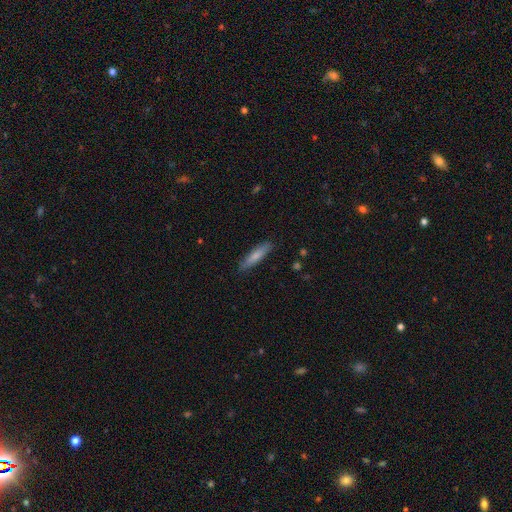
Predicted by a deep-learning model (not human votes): Morphology: type=smooth (75%); roundness=cigar-shaped (82%); merging=none (87%).